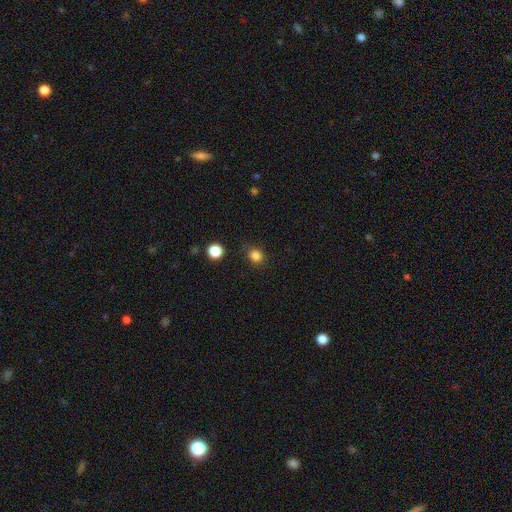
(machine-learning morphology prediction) type=smooth (83%); roundness=round (79%); merging=none (78%).